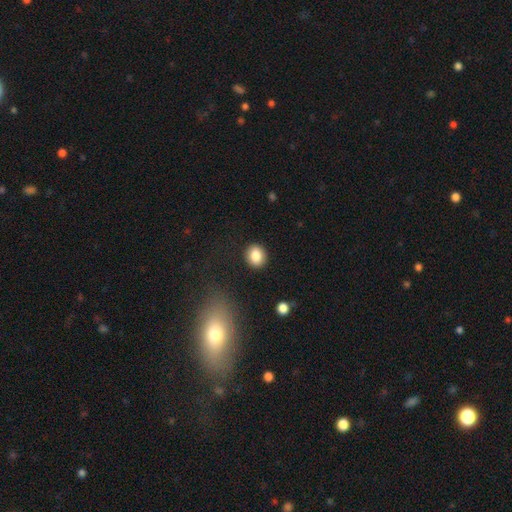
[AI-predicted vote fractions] A smooth galaxy with no disk features (85%) that is round (67%).

Vote fractions:
- Smooth or featured? smooth: 85% / star or artifact: 9% / featured or disk: 6%
- How rounded? round: 67% / in between: 32% / cigar-shaped: 1%
- Merging? none: 90% / minor disturbance: 6% / major disturbance: 2% / merger: 1%